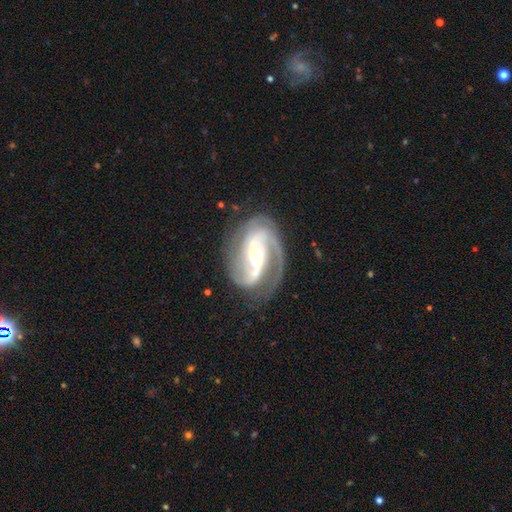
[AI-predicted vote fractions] Smooth or featured: featured or disk — 91% (star or artifact — 5%)
Edge-on disk: no — 97% (yes — 3%)
Bar: weak — 34% (tied with no — 34%)
Spiral arms: yes — 98% (no — 2%)
Spiral winding: medium — 49% (tight — 35%)
Spiral arm count: 2 — 63% (3 — 17%)
Bulge size: small — 65% (moderate — 30%)
Merging: none — 69% (minor disturbance — 17%)